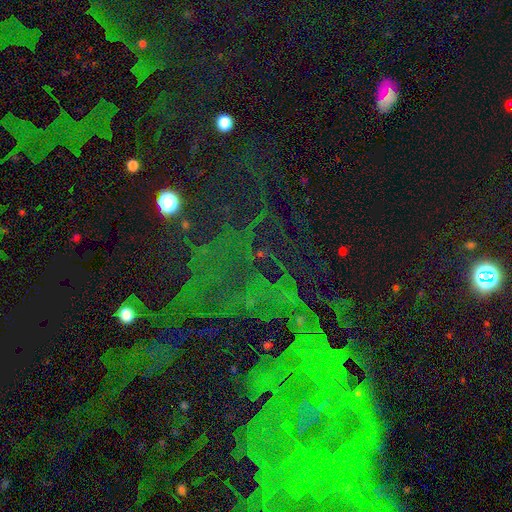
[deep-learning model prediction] Smooth or featured? Predicted: star or artifact (p=0.73).